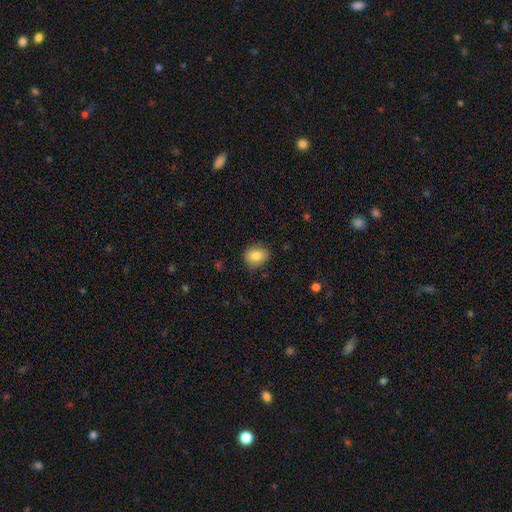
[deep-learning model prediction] The model was most divided on "how rounded": round: 53%, in between: 46%, cigar-shaped: 1%. More confident: smooth or featured — smooth (84%); merging — none (80%).